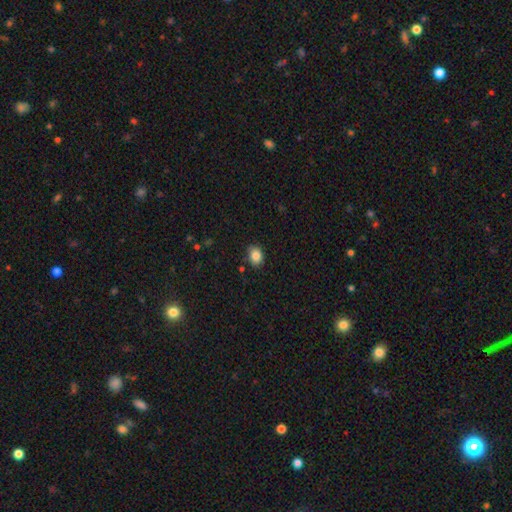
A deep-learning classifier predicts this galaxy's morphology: smooth 85%, star or artifact 9%, featured or disk 6%. Down the decision tree: how rounded — in between (66%); merging — none (82%).